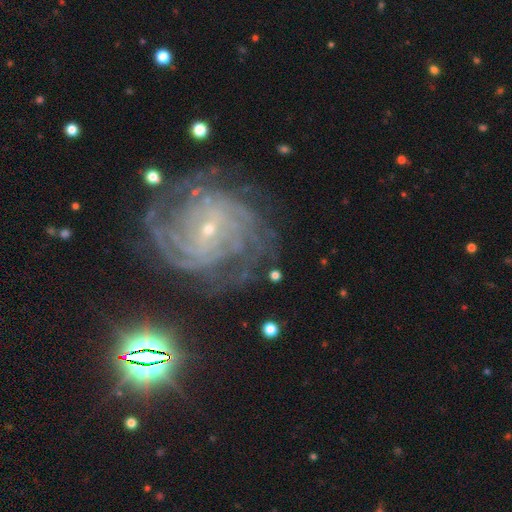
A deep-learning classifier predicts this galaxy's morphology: Smooth or featured: featured or disk — 82% (star or artifact — 11%)
Edge-on disk: no — 97% (yes — 3%)
Bar: weak — 42% (no — 40%)
Spiral arms: yes — 96% (no — 4%)
Spiral winding: tight — 63% (medium — 30%)
Spiral arm count: can't tell — 33% (4 — 17%)
Bulge size: small — 85% (moderate — 10%)
Merging: none — 73% (minor disturbance — 15%)